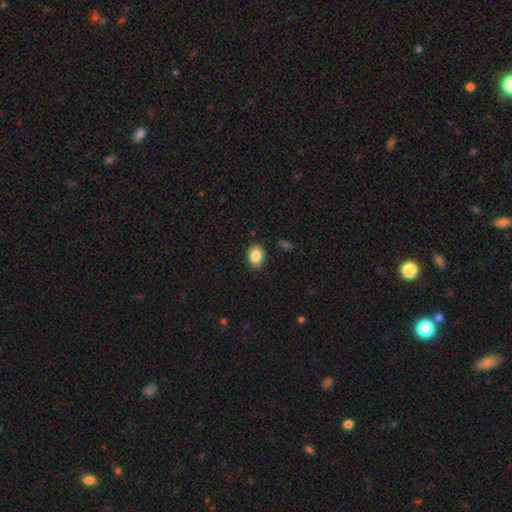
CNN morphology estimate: Smooth or featured? smooth (86%)
How rounded? in between (68%)
Merging? none (87%)